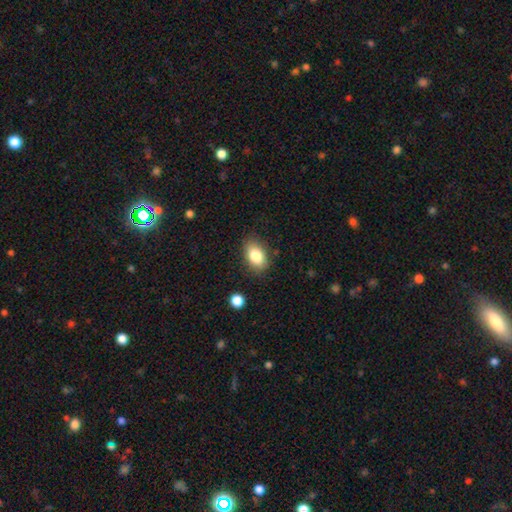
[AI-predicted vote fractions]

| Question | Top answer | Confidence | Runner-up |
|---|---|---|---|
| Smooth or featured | smooth | 82% | featured or disk (9%) |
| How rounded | in between | 86% | round (12%) |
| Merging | none | 82% | minor disturbance (13%) |